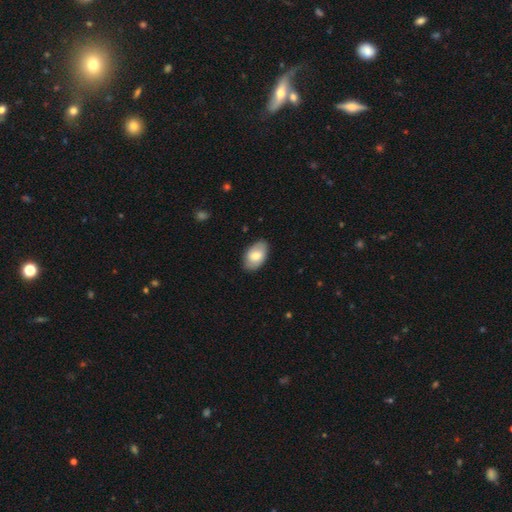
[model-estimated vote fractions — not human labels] This appears to be a smooth galaxy with no disk features (70%) that is in between round and cigar-shaped (92%). Merging: none (84%).